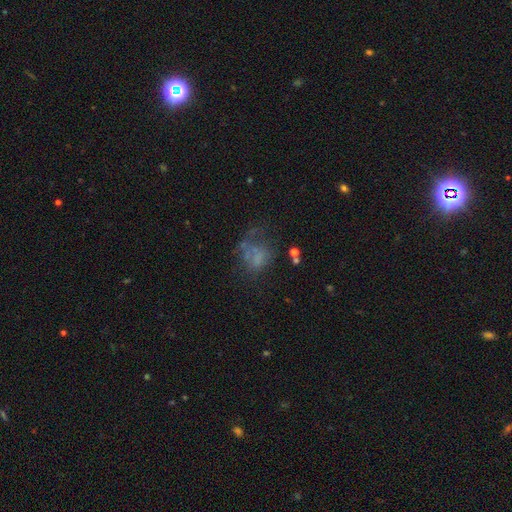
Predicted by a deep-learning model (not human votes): A smooth galaxy with no disk features (39%).

Vote fractions:
- Smooth or featured? smooth: 39% / featured or disk: 38% / star or artifact: 23%
- Merging? major disturbance: 37% / none: 35% / minor disturbance: 19% / merger: 9%